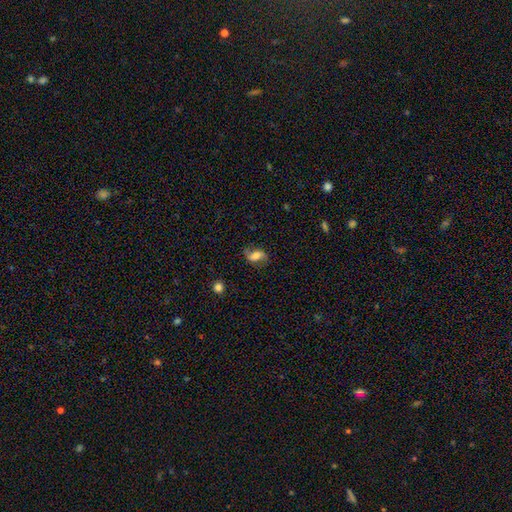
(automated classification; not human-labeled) Smooth or featured?
  - featured or disk: 48% *
  - smooth: 42%
  - star or artifact: 10%
Merging?
  - none: 71% *
  - minor disturbance: 19%
  - major disturbance: 8%
  - merger: 2%